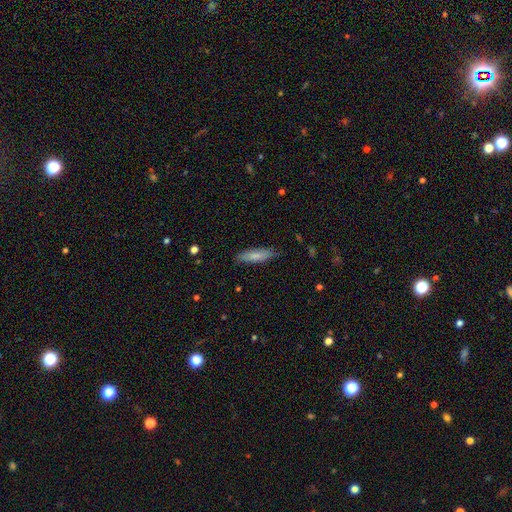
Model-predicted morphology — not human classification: Smooth or featured? smooth (78%)
How rounded? cigar-shaped (64%)
Merging? none (82%)